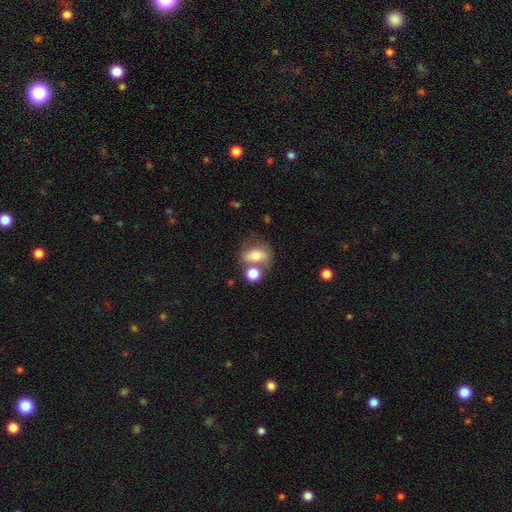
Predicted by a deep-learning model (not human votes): Smooth or featured?
  - smooth: 61% *
  - featured or disk: 29%
  - star or artifact: 10%
How rounded?
  - in between: 64% *
  - round: 31%
  - cigar-shaped: 5%
Merging?
  - none: 43% *
  - merger: 34%
  - minor disturbance: 15%
  - major disturbance: 8%